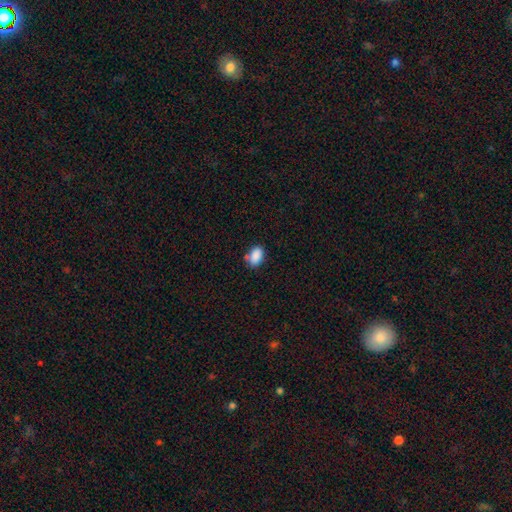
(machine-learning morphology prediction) Overall: smooth (88%). How rounded: in between (87%). Merging: none (72%).